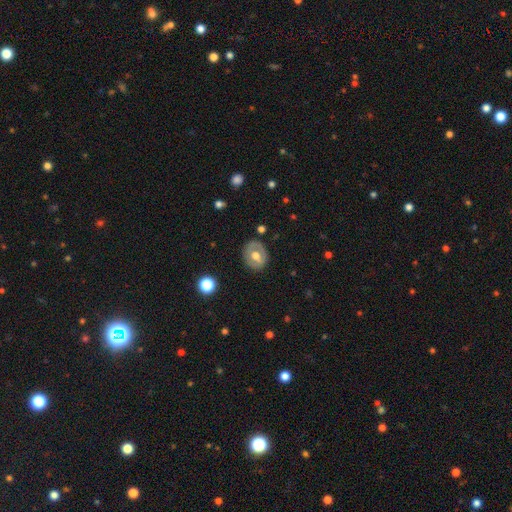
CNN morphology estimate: smooth_or_featured: featured or disk (p=0.49) [alt: smooth p=0.44]
merging: none (p=0.82) [alt: minor disturbance p=0.13]